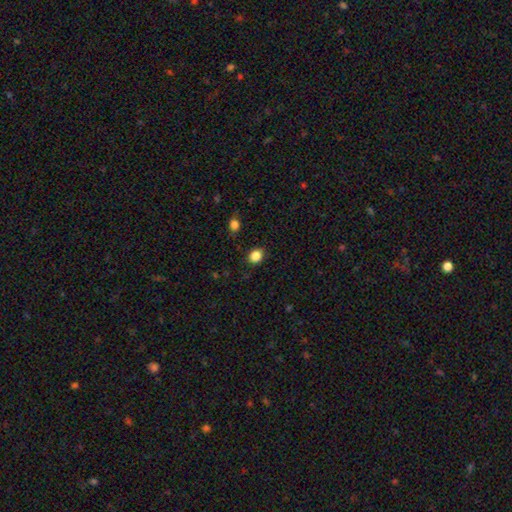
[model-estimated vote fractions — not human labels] smooth_or_featured: smooth (p=0.85) [alt: star or artifact p=0.11]
how_rounded: round (p=0.66) [alt: in between p=0.33]
merging: none (p=0.88) [alt: minor disturbance p=0.08]